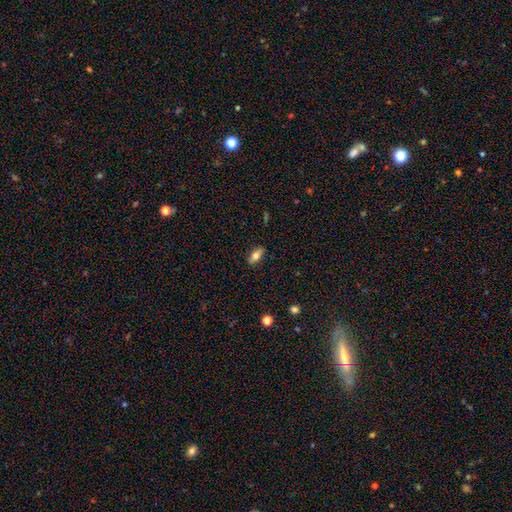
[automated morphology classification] Q: Smooth or featured?
A: smooth (74%); runner-up: featured or disk (18%)
Q: How rounded?
A: in between (80%); runner-up: cigar-shaped (17%)
Q: Merging?
A: none (88%); runner-up: minor disturbance (9%)